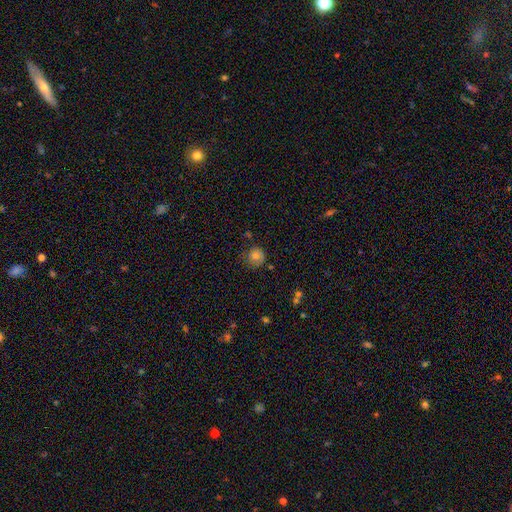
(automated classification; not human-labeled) This is likely a smooth galaxy (80%). How rounded: clearly round (89%). Merging: likely none (69%).